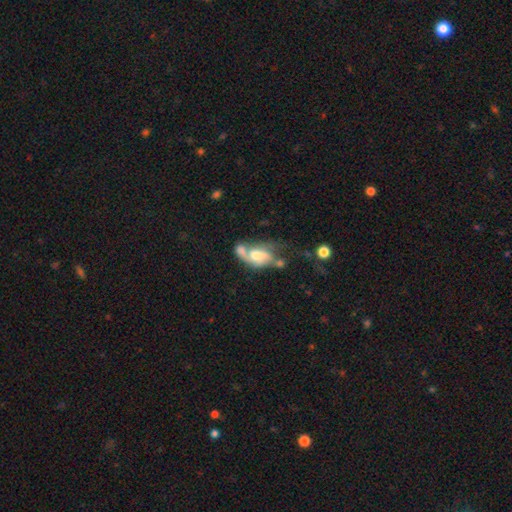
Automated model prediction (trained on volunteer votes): A featured or disk galaxy (57%) with no bar (60%), spiral arms (70%) and a moderate central bulge (54%). Merging: merger (44%).